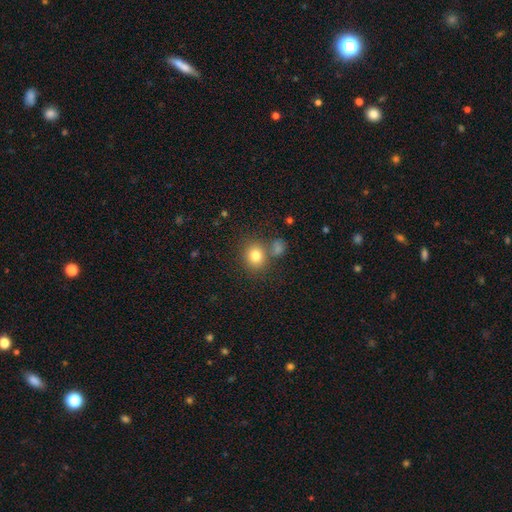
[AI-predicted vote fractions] Morphology: type=smooth (80%); roundness=round (74%); merging=none (69%).